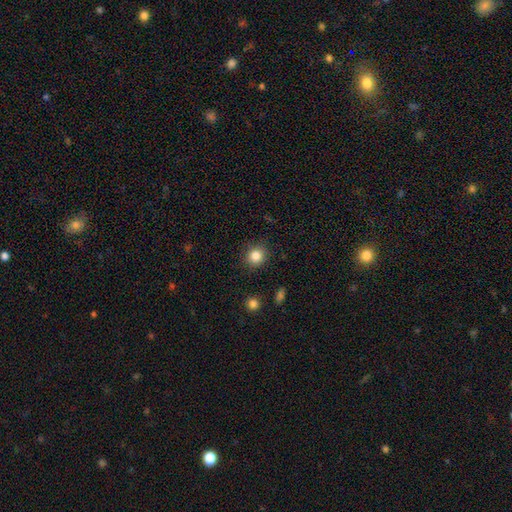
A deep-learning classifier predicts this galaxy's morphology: smooth-or-featured: smooth: 84% | star or artifact: 11% | featured or disk: 6%
  how-rounded: round: 87% | in between: 12% | cigar-shaped: 1%
  merging: none: 88% | minor disturbance: 8% | major disturbance: 3% | merger: 1%